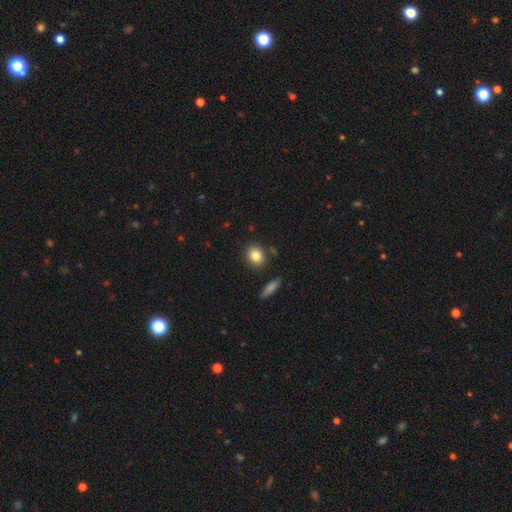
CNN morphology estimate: This appears to be a smooth galaxy with no disk features (84%) that is round (55%). Merging: none (84%).